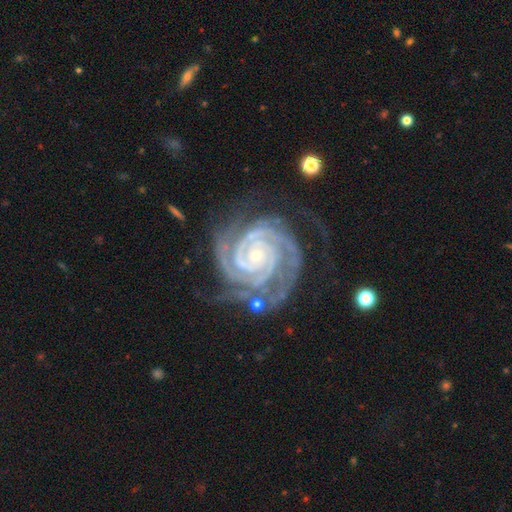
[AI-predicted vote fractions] featured or disk 94%, star or artifact 4%, smooth 2%. Down the decision tree: edge-on disk — no (98%); bar — no (70%); spiral arms — yes (99%); spiral arm count — 2 (43%); spiral winding — tight (86%); bulge size — small (77%); merging — none (67%).